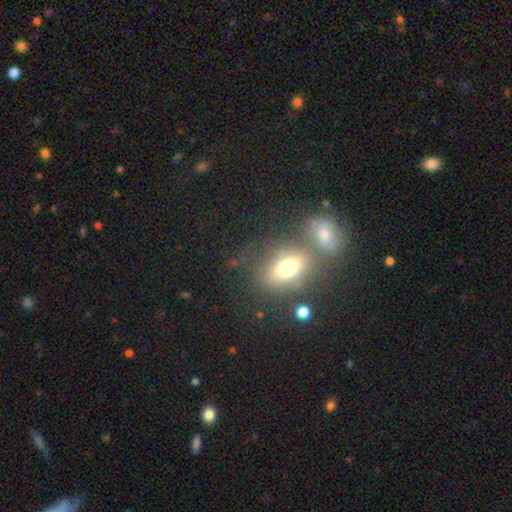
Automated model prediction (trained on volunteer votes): This appears to be a smooth galaxy with no disk features (57%) that is in between round and cigar-shaped (64%). Merging: merger (54%).